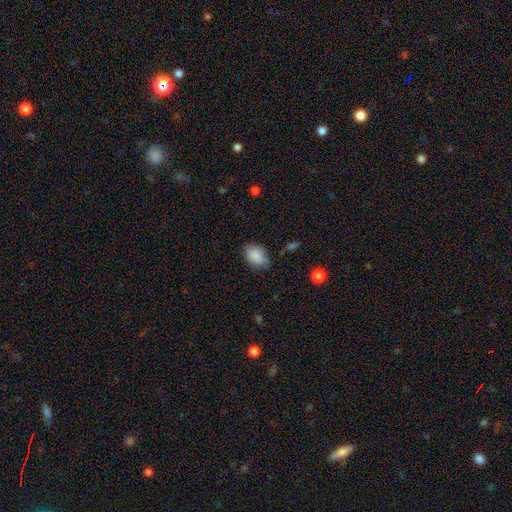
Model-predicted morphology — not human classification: smooth-or-featured: smooth: 87% | star or artifact: 7% | featured or disk: 5%
  how-rounded: in between: 80% | round: 19% | cigar-shaped: 1%
  merging: none: 75% | minor disturbance: 20% | major disturbance: 4% | merger: 2%